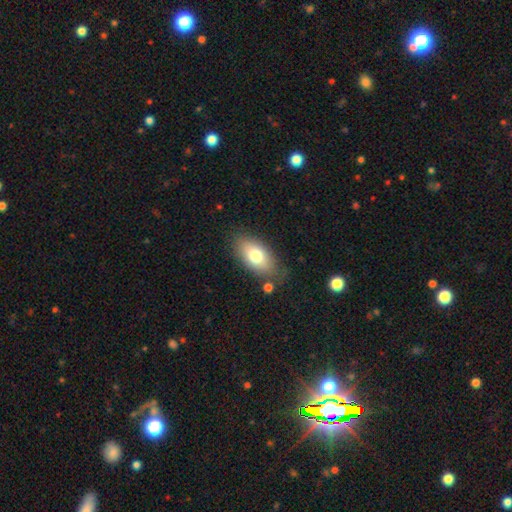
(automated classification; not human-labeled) A smooth galaxy with no disk features (76%) that is in between round and cigar-shaped (91%).

Vote fractions:
- Smooth or featured? smooth: 76% / featured or disk: 16% / star or artifact: 8%
- How rounded? in between: 91% / round: 5% / cigar-shaped: 4%
- Merging? none: 76% / minor disturbance: 15% / major disturbance: 4% / merger: 4%